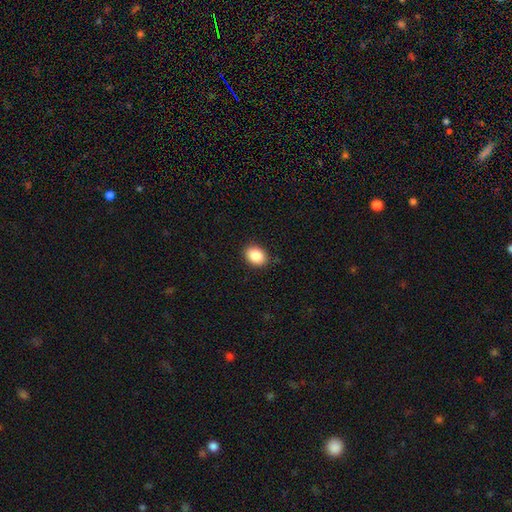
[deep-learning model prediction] This appears to be a smooth galaxy with no disk features (88%) that is in between round and cigar-shaped (73%). Merging: none (87%).